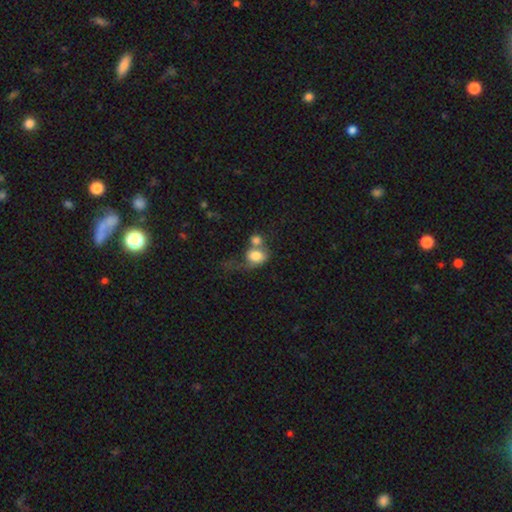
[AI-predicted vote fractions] Overall: smooth (74%). How rounded: in between (51%; round 48%). Merging: merger (57%).